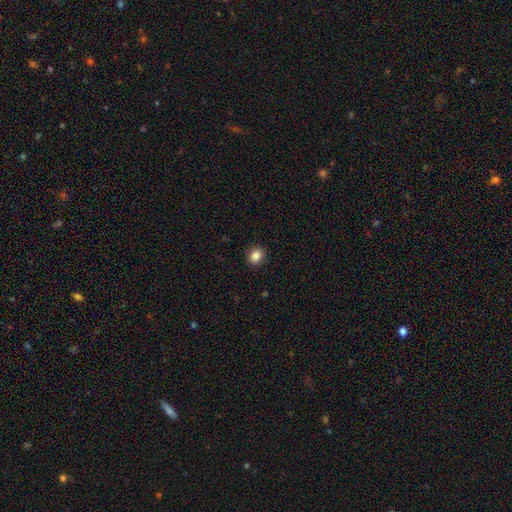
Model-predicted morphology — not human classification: smooth 85%, star or artifact 10%, featured or disk 5%. Down the decision tree: how rounded — round (70%); merging — none (91%).